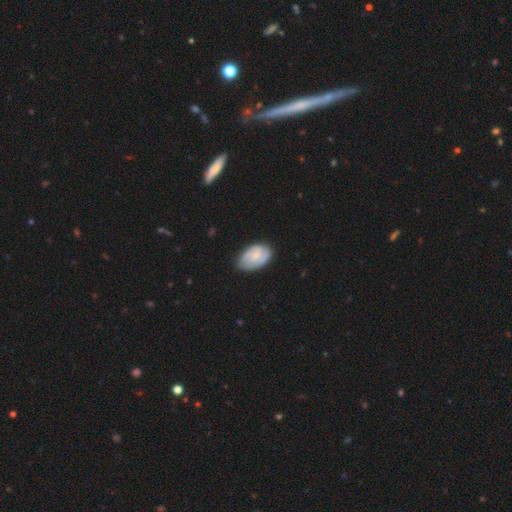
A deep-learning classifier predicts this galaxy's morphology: smooth_or_featured: featured or disk (p=0.51) [alt: smooth p=0.43]
disk_edge_on: no (p=0.97) [alt: yes p=0.03]
merging: none (p=0.73) [alt: minor disturbance p=0.21]